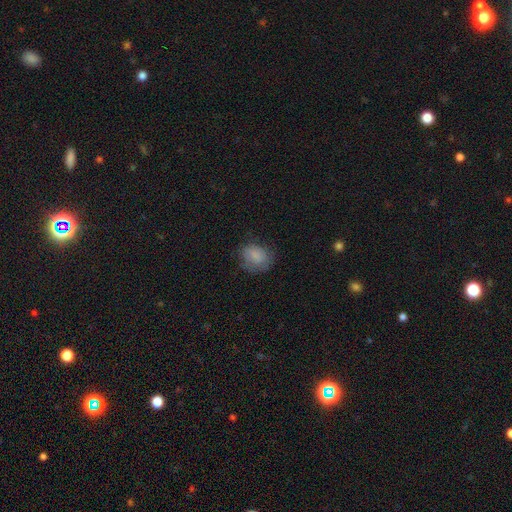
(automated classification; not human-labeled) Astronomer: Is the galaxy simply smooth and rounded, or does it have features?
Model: smooth — 80%.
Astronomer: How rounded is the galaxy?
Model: round — 55% (runner-up: in between, 44%).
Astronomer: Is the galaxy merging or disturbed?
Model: none — 66%.